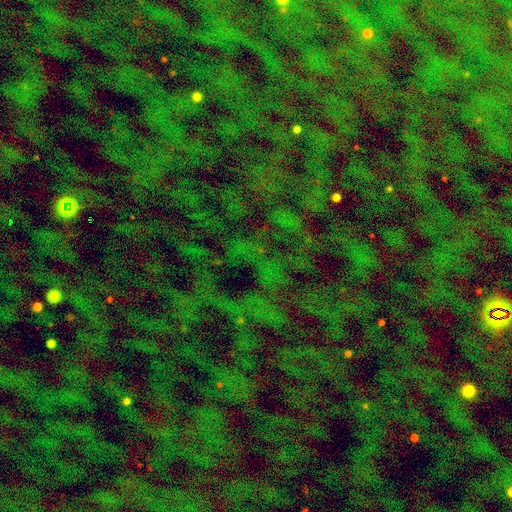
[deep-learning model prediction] The model was most divided on "smooth or featured": star or artifact: 75%, smooth: 17%, featured or disk: 8%.